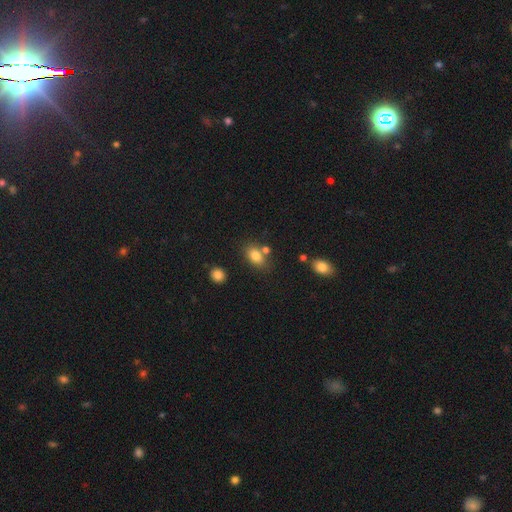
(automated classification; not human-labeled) Smooth or featured: smooth — 81% (star or artifact — 10%)
How rounded: in between — 82% (round — 15%)
Merging: none — 64% (merger — 18%)